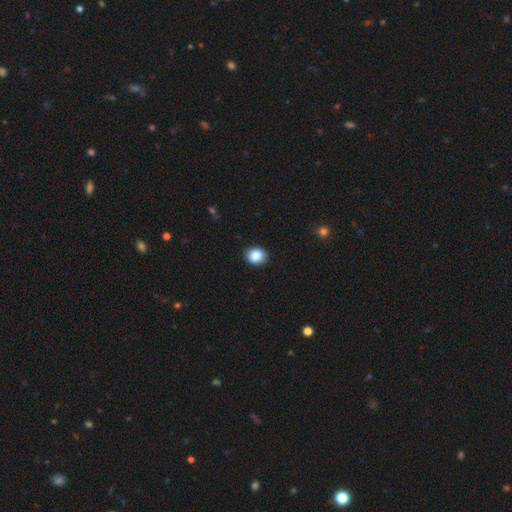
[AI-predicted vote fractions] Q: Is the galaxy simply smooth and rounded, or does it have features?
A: smooth — 86%.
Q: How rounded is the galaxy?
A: round — 62%.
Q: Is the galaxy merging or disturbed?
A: none — 89%.